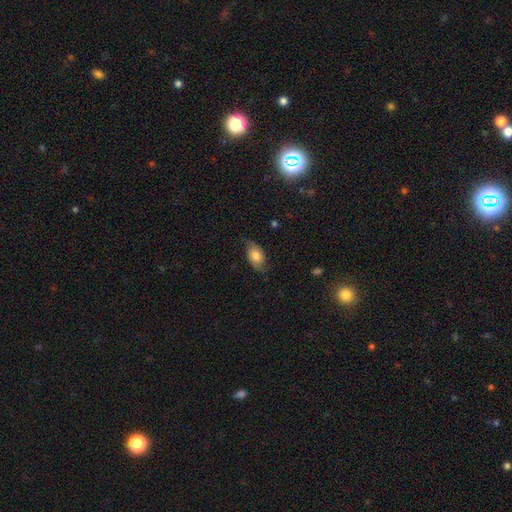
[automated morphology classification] Smooth or featured? Predicted: featured or disk (p=0.47). Merging? Predicted: none (p=0.68).